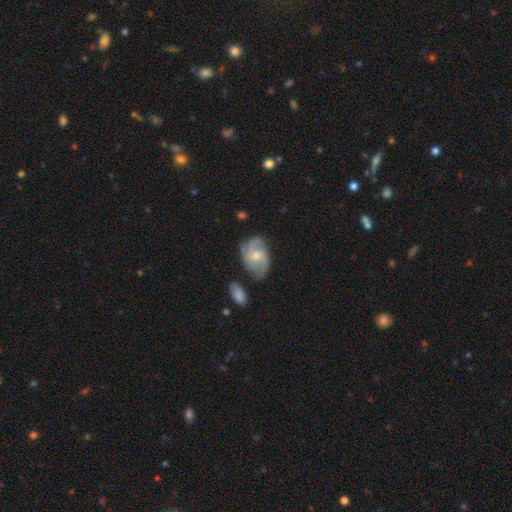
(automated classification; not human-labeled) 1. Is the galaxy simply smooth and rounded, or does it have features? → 79% featured or disk, 16% smooth, 6% star or artifact.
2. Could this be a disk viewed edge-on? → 97% no, 3% yes.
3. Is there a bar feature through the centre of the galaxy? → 63% no, 32% weak, 5% strong.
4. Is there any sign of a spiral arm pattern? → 94% yes, 6% no.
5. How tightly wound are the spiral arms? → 49% medium, 32% tight, 19% loose.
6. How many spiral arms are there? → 43% 3, 24% 2, 15% can't tell, 10% 4, 4% 1, 4% more than 4.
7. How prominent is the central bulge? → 54% moderate, 40% small, 3% large, 2% none, 1% dominant.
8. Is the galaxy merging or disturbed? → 64% none, 22% minor disturbance, 9% major disturbance, 5% merger.